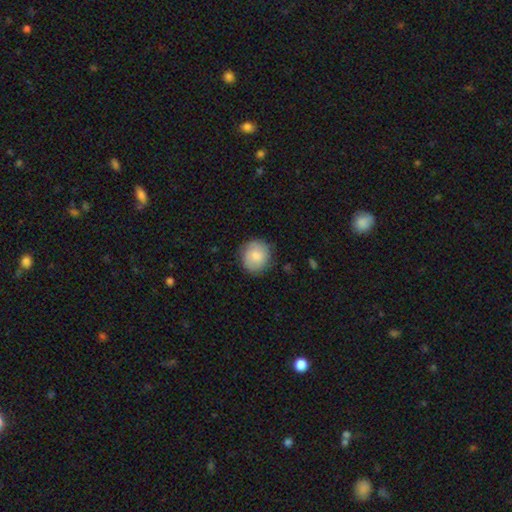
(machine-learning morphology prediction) Smooth or featured?
  - smooth: 73% *
  - featured or disk: 20%
  - star or artifact: 7%
How rounded?
  - round: 88% *
  - in between: 11%
  - cigar-shaped: 1%
Merging?
  - none: 84% *
  - minor disturbance: 12%
  - major disturbance: 3%
  - merger: 1%